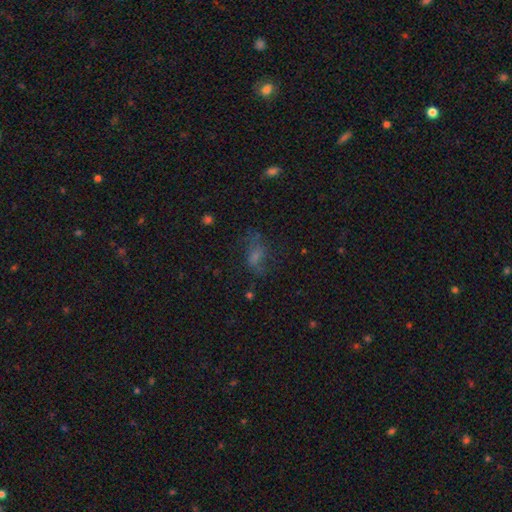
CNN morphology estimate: smooth_or_featured: smooth (p=0.39) [alt: featured or disk p=0.32]
merging: none (p=0.56) [alt: major disturbance p=0.21]